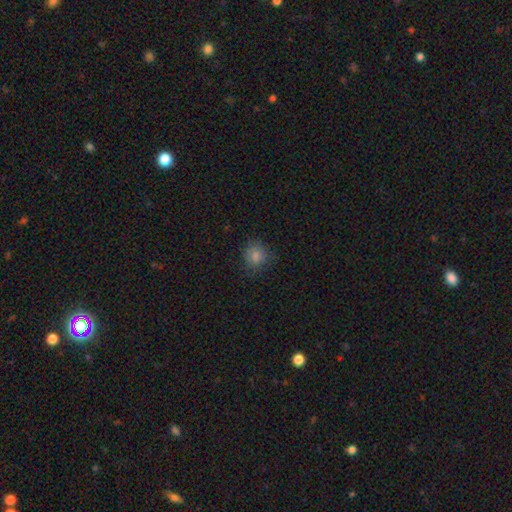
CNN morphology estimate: Smooth or featured?
  - smooth: 83% *
  - star or artifact: 11%
  - featured or disk: 6%
How rounded?
  - round: 86% *
  - in between: 13%
  - cigar-shaped: 1%
Merging?
  - none: 79% *
  - minor disturbance: 16%
  - major disturbance: 5%
  - merger: 1%